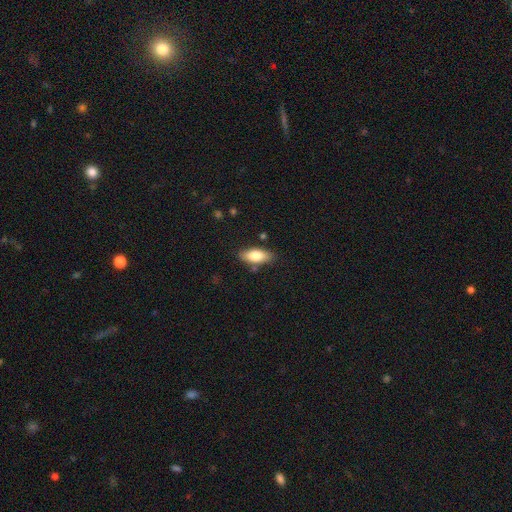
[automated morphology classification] Q: Smooth or featured?
A: smooth (79%); runner-up: featured or disk (15%)
Q: How rounded?
A: in between (85%); runner-up: cigar-shaped (12%)
Q: Merging?
A: none (82%); runner-up: minor disturbance (13%)